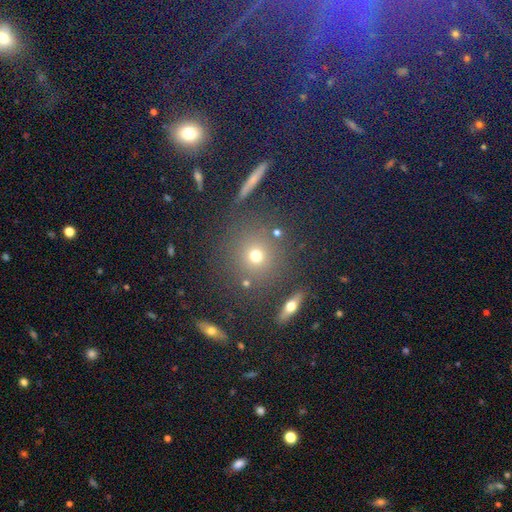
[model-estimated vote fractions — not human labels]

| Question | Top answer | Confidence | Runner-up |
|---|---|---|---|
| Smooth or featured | smooth | 66% | star or artifact (22%) |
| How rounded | round | 89% | in between (9%) |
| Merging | none | 81% | minor disturbance (9%) |